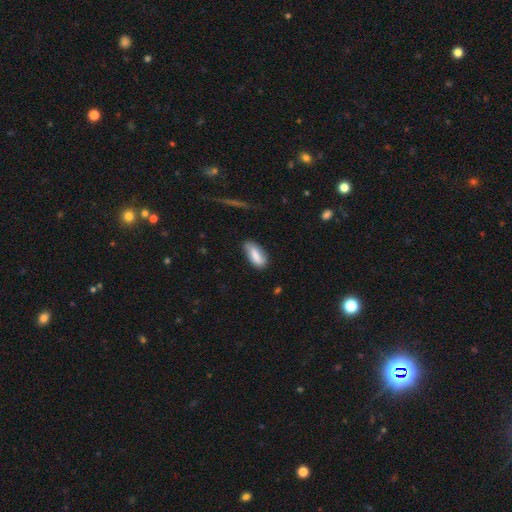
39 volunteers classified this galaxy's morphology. smooth 72%, featured or disk 18%, star or artifact 10%. Down the decision tree: how rounded — in between (96%); merging — none (63%).